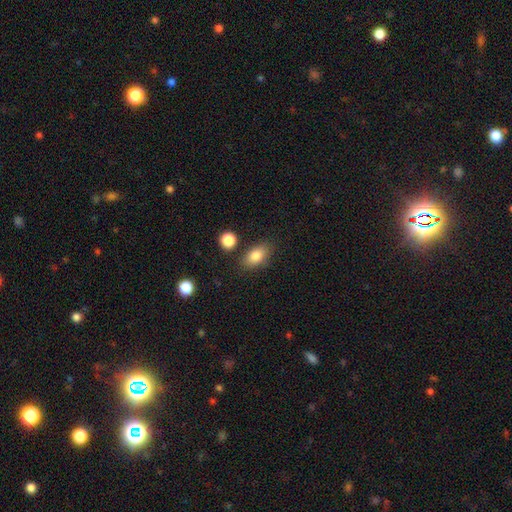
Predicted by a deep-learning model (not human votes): Q: Smooth or featured?
A: smooth (82%); runner-up: featured or disk (9%)
Q: How rounded?
A: in between (86%); runner-up: round (10%)
Q: Merging?
A: none (79%); runner-up: minor disturbance (13%)